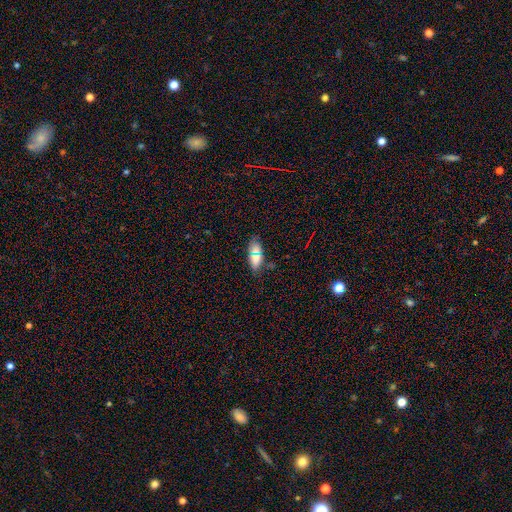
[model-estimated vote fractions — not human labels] Smooth or featured?
  - smooth: 73% *
  - star or artifact: 15%
  - featured or disk: 12%
How rounded?
  - in between: 83% *
  - cigar-shaped: 13%
  - round: 4%
Merging?
  - none: 82% *
  - minor disturbance: 13%
  - major disturbance: 3%
  - merger: 2%